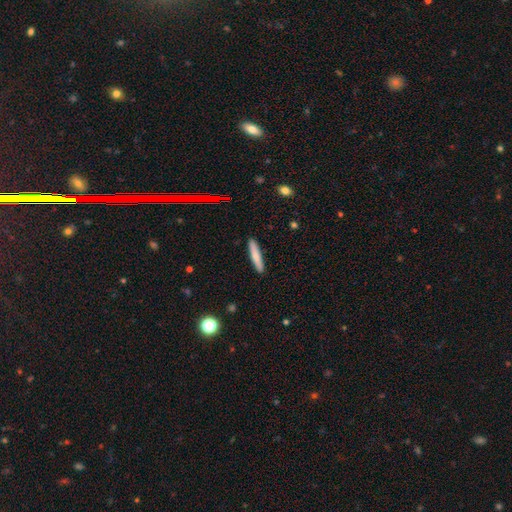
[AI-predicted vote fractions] The model was most divided on "smooth or featured": smooth: 77%, featured or disk: 17%, star or artifact: 6%. More confident: how rounded — cigar-shaped (92%); merging — none (91%).